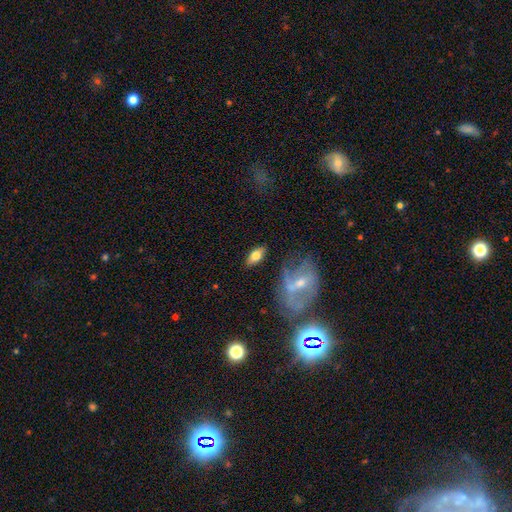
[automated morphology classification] Smooth or featured: smooth — 67% (featured or disk — 26%)
How rounded: in between — 86% (cigar-shaped — 9%)
Merging: none — 78% (minor disturbance — 13%)